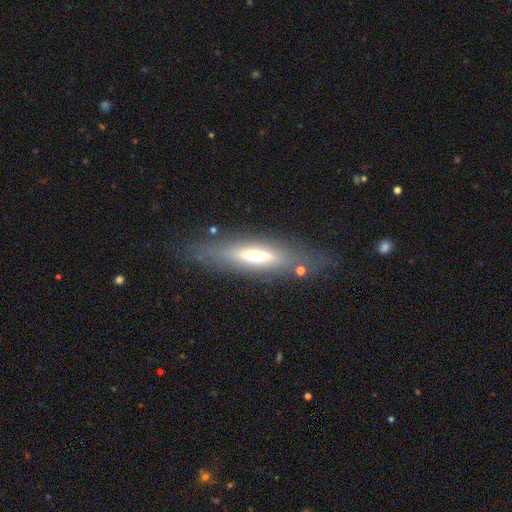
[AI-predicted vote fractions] Smooth or featured: featured or disk — 51% (smooth — 40%)
Edge-on disk: yes — 75% (no — 25%)
Merging: none — 77% (minor disturbance — 14%)